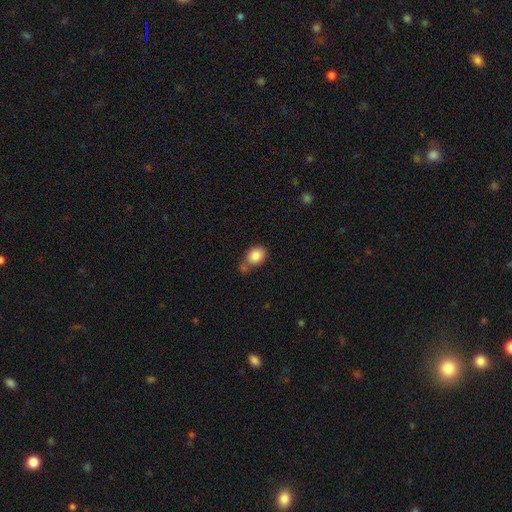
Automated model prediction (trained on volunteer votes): Morphology: type=smooth (85%); roundness=in between (64%); merging=none (49%).